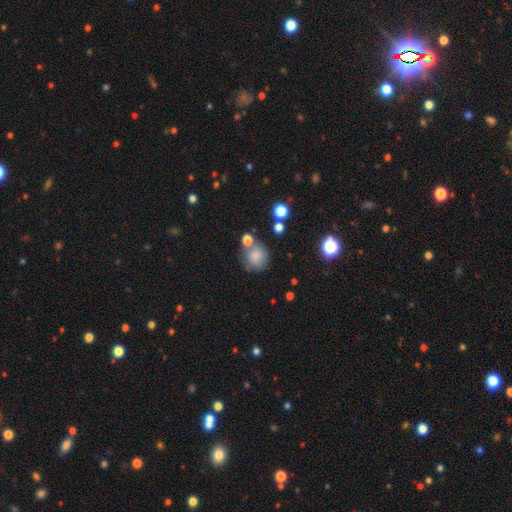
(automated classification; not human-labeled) Smooth or featured?
  - smooth: 77% *
  - star or artifact: 12%
  - featured or disk: 11%
How rounded?
  - round: 84% *
  - in between: 15%
  - cigar-shaped: 1%
Merging?
  - none: 61% *
  - minor disturbance: 17%
  - merger: 16%
  - major disturbance: 7%